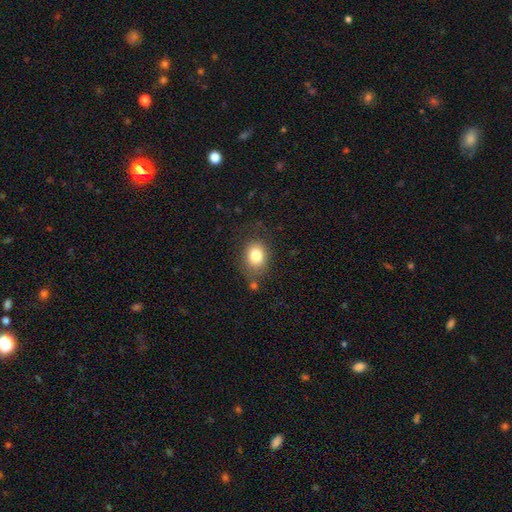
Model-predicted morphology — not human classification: This is clearly a smooth galaxy (81%). How rounded: possibly round (52%). Merging: likely none (76%).